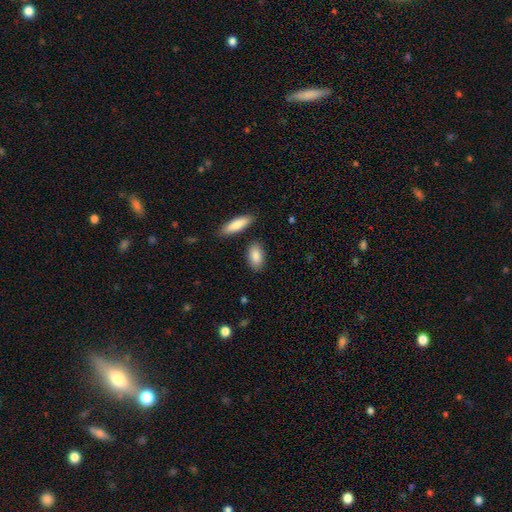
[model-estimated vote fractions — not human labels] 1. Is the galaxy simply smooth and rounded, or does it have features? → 88% smooth, 6% featured or disk, 6% star or artifact.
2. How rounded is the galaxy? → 89% in between, 7% cigar-shaped, 4% round.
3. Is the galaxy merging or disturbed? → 82% none, 10% minor disturbance, 5% merger, 3% major disturbance.